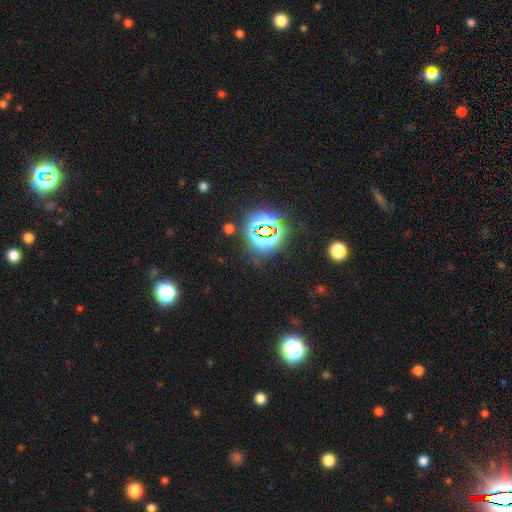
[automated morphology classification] This is clearly a star or artifact rather than a galaxy (81%).